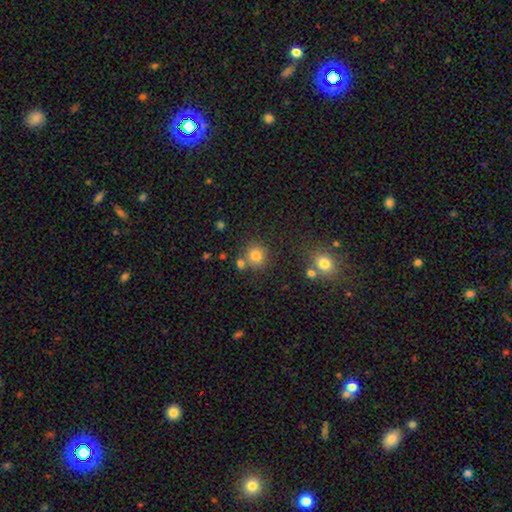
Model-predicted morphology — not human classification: Smooth or featured? Predicted: smooth (p=0.79). How rounded? Predicted: round (p=0.90). Merging? Predicted: none (p=0.73).